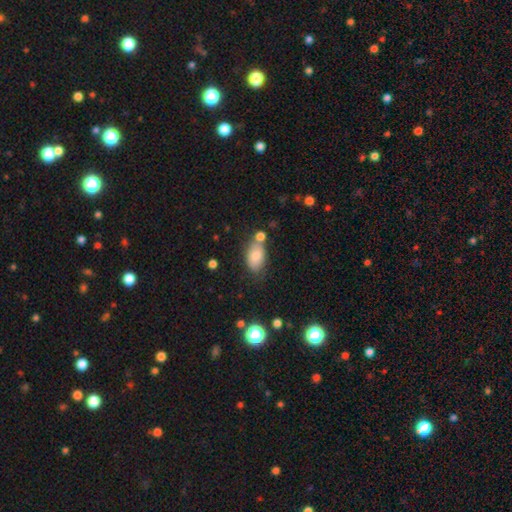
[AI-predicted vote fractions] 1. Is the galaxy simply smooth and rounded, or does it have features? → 82% smooth, 10% featured or disk, 8% star or artifact.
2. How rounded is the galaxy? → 91% in between, 7% round, 2% cigar-shaped.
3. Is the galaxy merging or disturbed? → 56% none, 19% merger, 19% minor disturbance, 6% major disturbance.